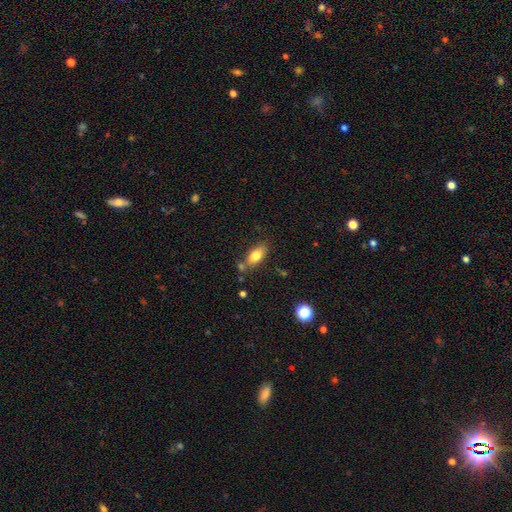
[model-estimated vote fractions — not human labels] smooth-or-featured: smooth: 77% | featured or disk: 15% | star or artifact: 8%
  how-rounded: in between: 87% | cigar-shaped: 9% | round: 5%
  merging: none: 65% | minor disturbance: 18% | merger: 12% | major disturbance: 5%